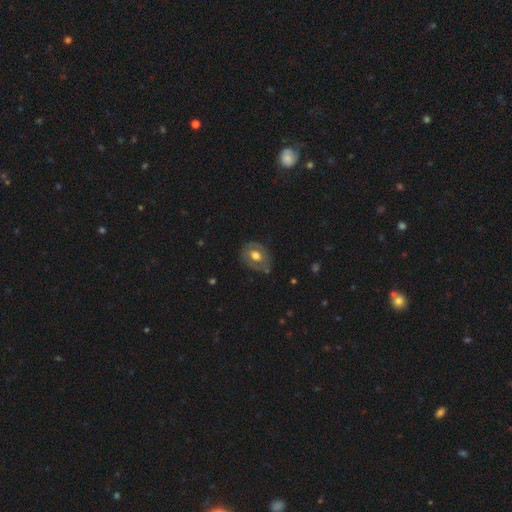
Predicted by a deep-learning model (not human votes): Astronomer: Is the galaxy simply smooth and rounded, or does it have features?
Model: featured or disk — 54% (runner-up: smooth, 40%).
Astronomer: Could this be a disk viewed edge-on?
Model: no — 94%.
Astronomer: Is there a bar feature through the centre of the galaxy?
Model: no — 64%.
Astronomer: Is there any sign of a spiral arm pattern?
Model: no — 63%.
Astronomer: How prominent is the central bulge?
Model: moderate — 62%.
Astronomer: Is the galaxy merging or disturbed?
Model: none — 72%.